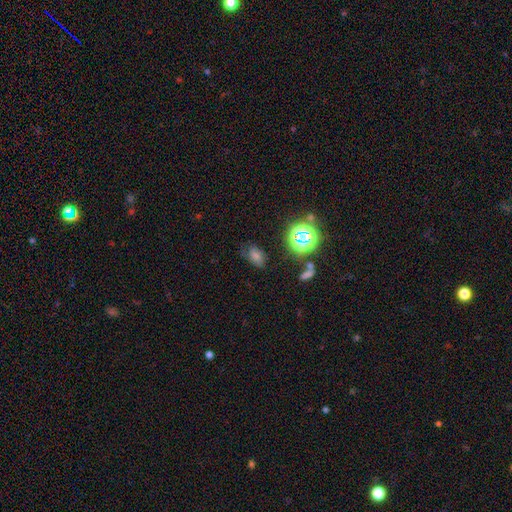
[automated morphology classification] Q: Smooth or featured?
A: star or artifact (44%); runner-up: smooth (42%)